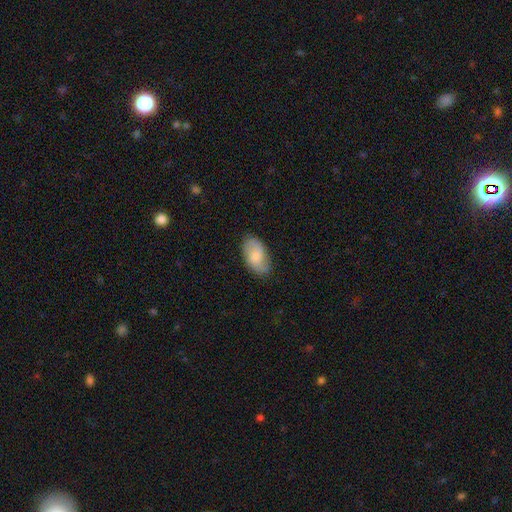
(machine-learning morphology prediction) Smooth or featured?
  - smooth: 61% *
  - featured or disk: 32%
  - star or artifact: 7%
How rounded?
  - in between: 94% *
  - round: 4%
  - cigar-shaped: 2%
Merging?
  - none: 79% *
  - minor disturbance: 16%
  - major disturbance: 4%
  - merger: 1%